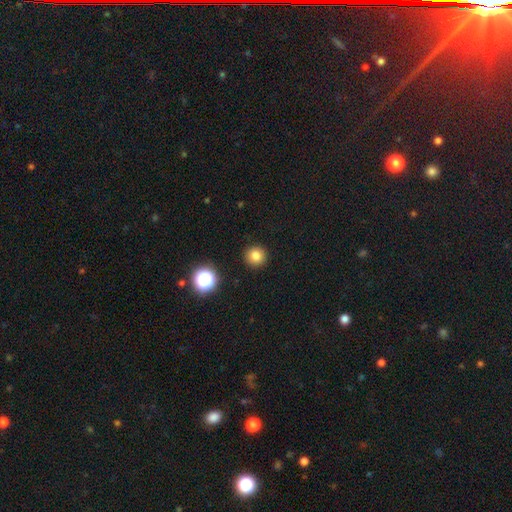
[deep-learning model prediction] Smooth or featured? Predicted: smooth (p=0.81). How rounded? Predicted: round (p=0.94). Merging? Predicted: none (p=0.92).